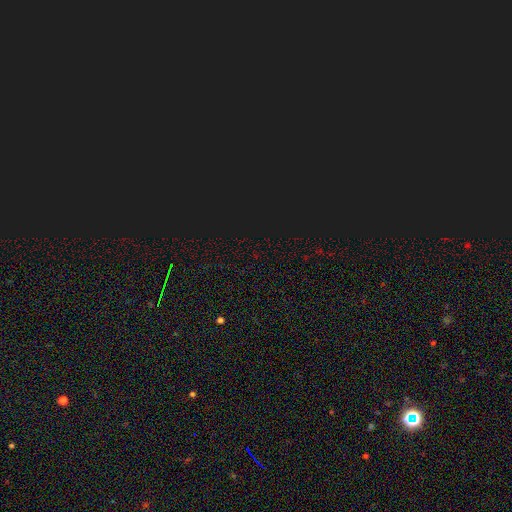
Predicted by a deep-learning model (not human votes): A star or artifact, not a galaxy (79%).